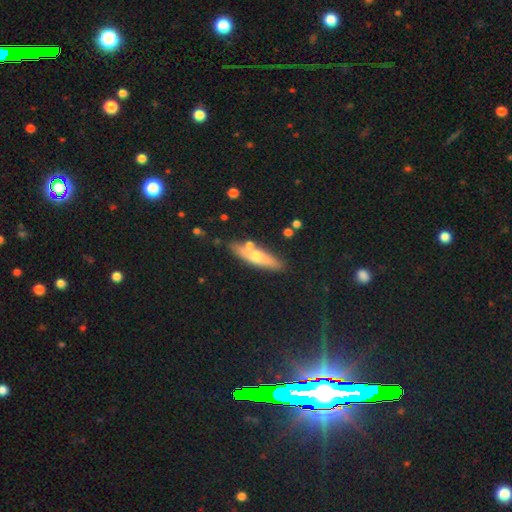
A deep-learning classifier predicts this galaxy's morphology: This appears to be a smooth galaxy with no disk features (49%). Merging: none (82%).